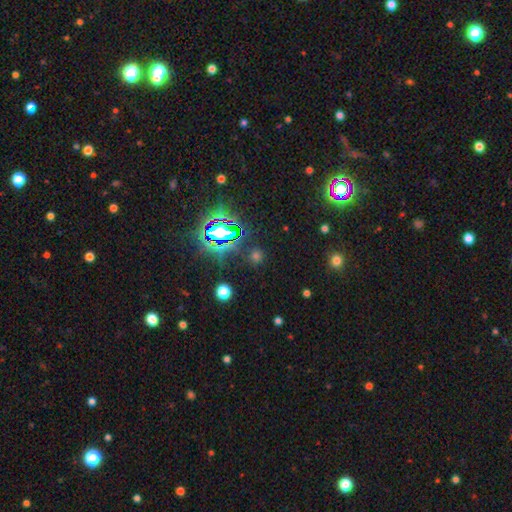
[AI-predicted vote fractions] This is possibly a star or artifact rather than a galaxy (52%).